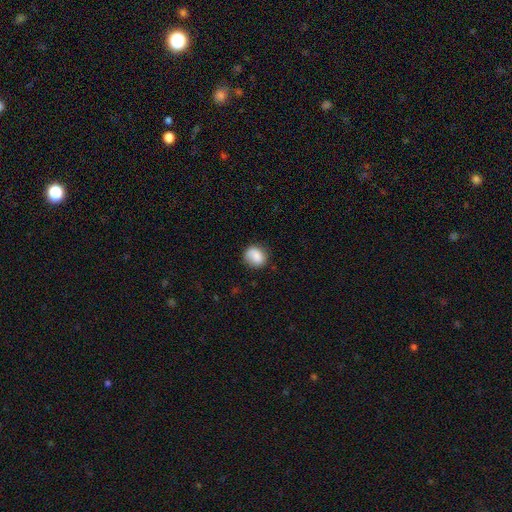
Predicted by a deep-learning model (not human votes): Smooth or featured? Predicted: smooth (p=0.80). How rounded? Predicted: round (p=0.70). Merging? Predicted: none (p=0.72).